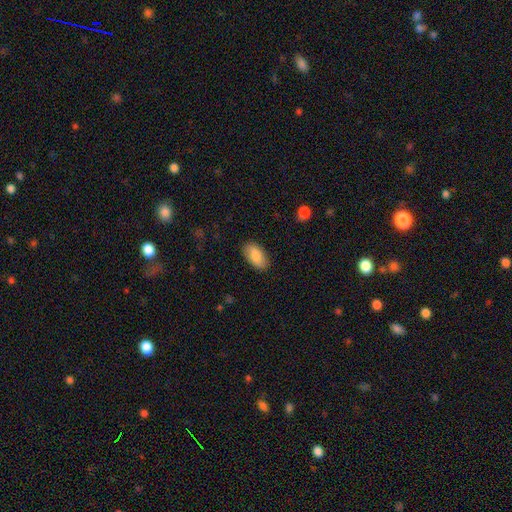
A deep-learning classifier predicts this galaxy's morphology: smooth-or-featured: smooth: 85% | featured or disk: 9% | star or artifact: 6%
  how-rounded: in between: 94% | cigar-shaped: 4% | round: 3%
  merging: none: 86% | minor disturbance: 11% | major disturbance: 2% | merger: 1%